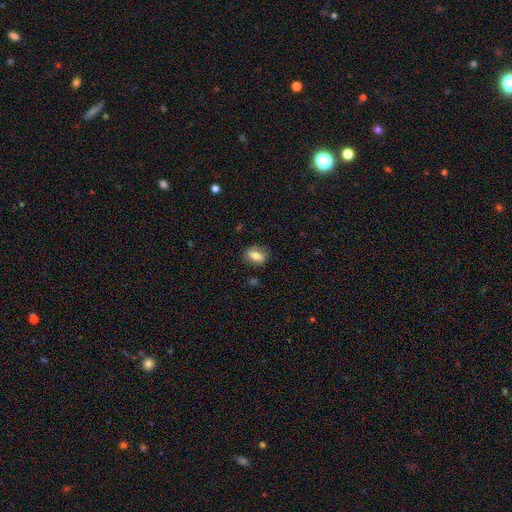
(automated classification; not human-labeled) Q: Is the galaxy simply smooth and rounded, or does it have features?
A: smooth — 57%.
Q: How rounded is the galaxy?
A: in between — 66%.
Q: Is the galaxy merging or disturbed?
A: none — 78%.